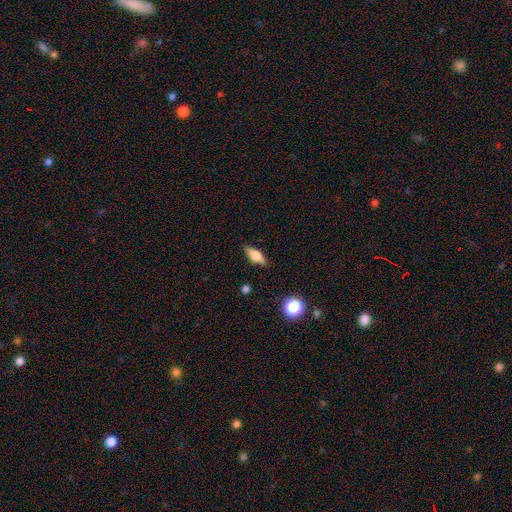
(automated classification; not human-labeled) This is possibly a smooth galaxy (56%). How rounded: likely in between (67%). Merging: clearly none (85%).